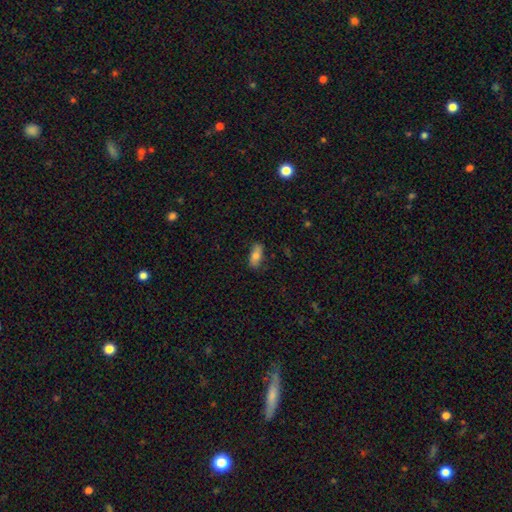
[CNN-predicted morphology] Q: Smooth or featured?
A: smooth (74%); runner-up: featured or disk (19%)
Q: How rounded?
A: in between (80%); runner-up: cigar-shaped (17%)
Q: Merging?
A: none (81%); runner-up: minor disturbance (15%)